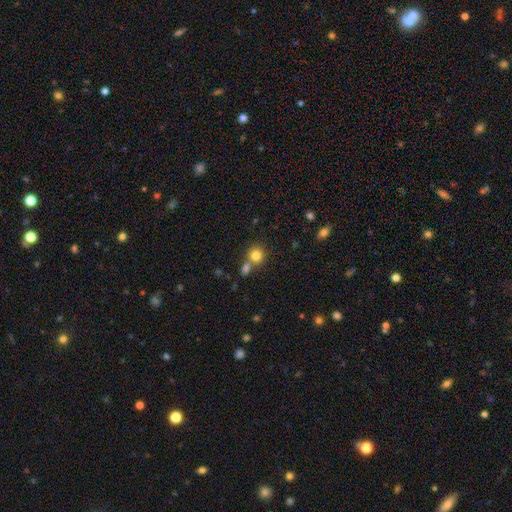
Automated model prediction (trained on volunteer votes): Q: Smooth or featured?
A: smooth (81%); runner-up: star or artifact (11%)
Q: How rounded?
A: round (86%); runner-up: in between (13%)
Q: Merging?
A: none (58%); runner-up: merger (29%)